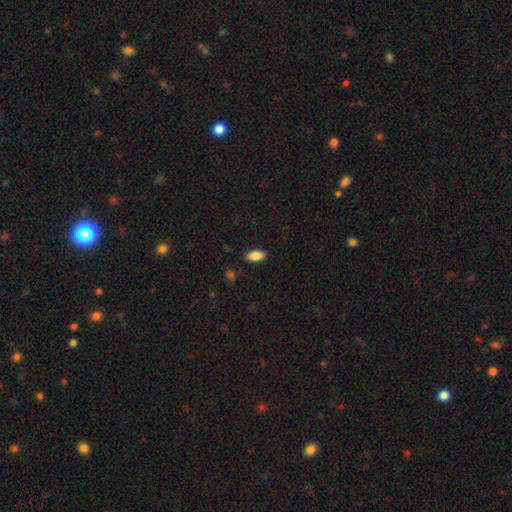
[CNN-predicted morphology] Smooth or featured? Predicted: smooth (p=0.86). How rounded? Predicted: in between (p=0.90). Merging? Predicted: none (p=0.87).